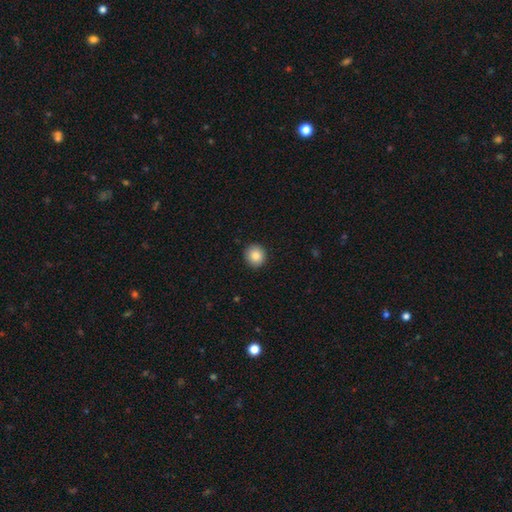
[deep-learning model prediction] This appears to be a smooth galaxy with no disk features (84%) that is round (91%). Merging: none (92%).